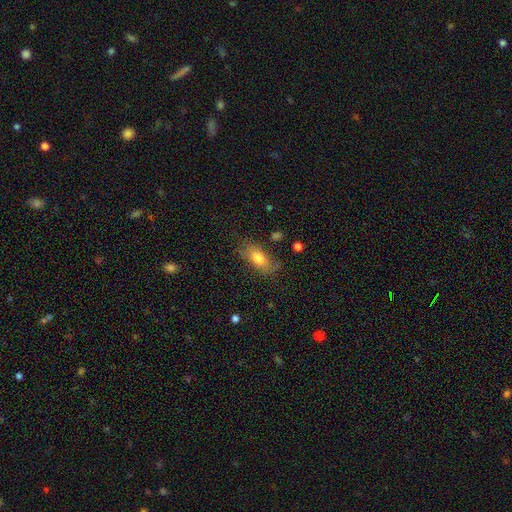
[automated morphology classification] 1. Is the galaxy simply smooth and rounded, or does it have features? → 68% smooth, 20% featured or disk, 12% star or artifact.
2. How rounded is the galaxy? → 78% in between, 16% cigar-shaped, 6% round.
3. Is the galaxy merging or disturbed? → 77% none, 17% minor disturbance, 4% major disturbance, 2% merger.